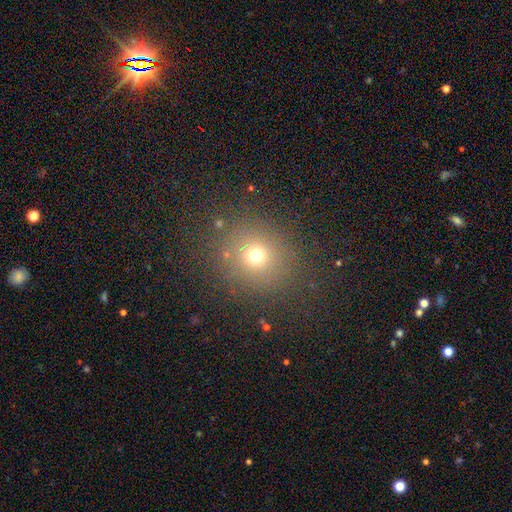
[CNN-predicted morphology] smooth_or_featured: smooth (p=0.68) [alt: star or artifact p=0.22]
how_rounded: round (p=0.87) [alt: in between p=0.12]
merging: none (p=0.84) [alt: minor disturbance p=0.09]